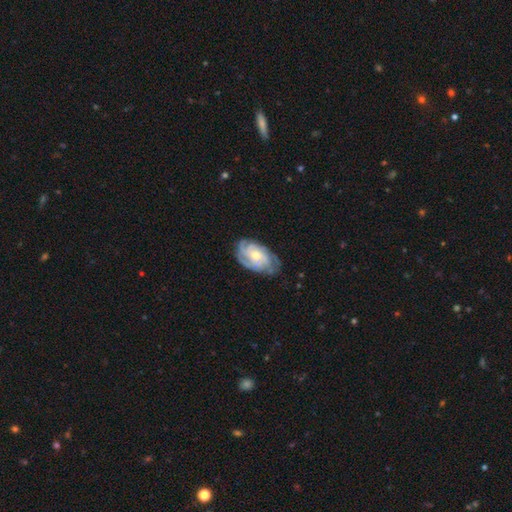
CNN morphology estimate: Q: Smooth or featured?
A: featured or disk (81%); runner-up: smooth (14%)
Q: Edge-on disk?
A: no (96%); runner-up: yes (4%)
Q: Bar?
A: no (73%); runner-up: weak (23%)
Q: Spiral arms?
A: yes (95%); runner-up: no (5%)
Q: Spiral winding?
A: tight (62%); runner-up: medium (30%)
Q: Spiral arm count?
A: can't tell (31%); runner-up: 3 (24%)
Q: Bulge size?
A: moderate (52%); runner-up: small (42%)
Q: Merging?
A: none (71%); runner-up: minor disturbance (21%)